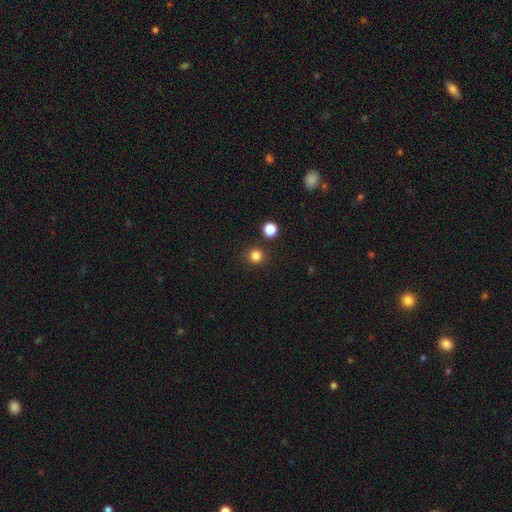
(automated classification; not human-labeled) A smooth galaxy with no disk features (83%) that is round (94%).

Vote fractions:
- Smooth or featured? smooth: 83% / star or artifact: 14% / featured or disk: 4%
- How rounded? round: 94% / in between: 5% / cigar-shaped: 1%
- Merging? none: 88% / minor disturbance: 6% / merger: 4% / major disturbance: 2%